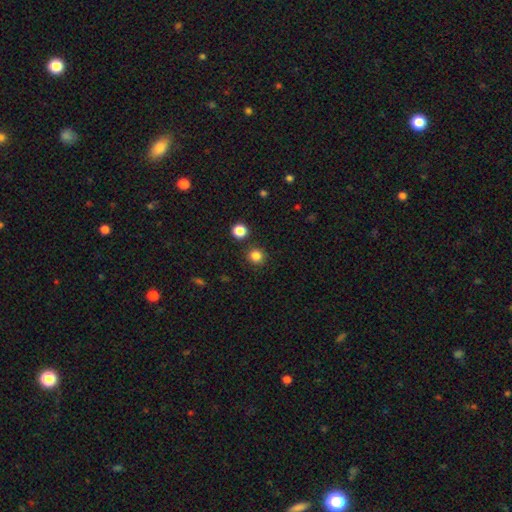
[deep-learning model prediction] This appears to be a smooth galaxy with no disk features (83%) that is round (92%). Merging: none (88%).